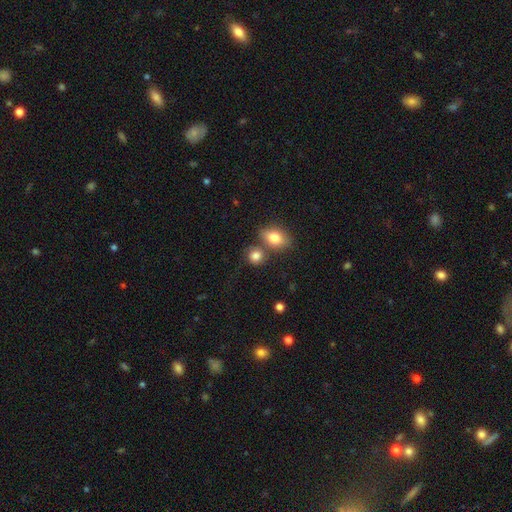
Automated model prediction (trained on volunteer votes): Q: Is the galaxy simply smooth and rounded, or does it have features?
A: smooth — 82%.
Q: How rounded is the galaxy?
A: round — 75%.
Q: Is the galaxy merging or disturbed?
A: none — 62%.